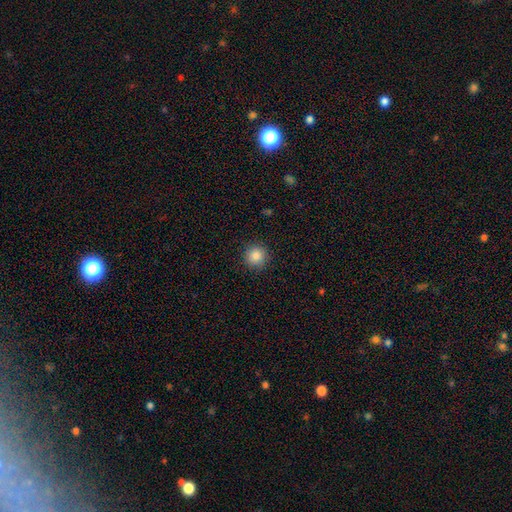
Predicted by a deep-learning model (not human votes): This appears to be a smooth galaxy with no disk features (86%) that is round (94%). Merging: none (90%).